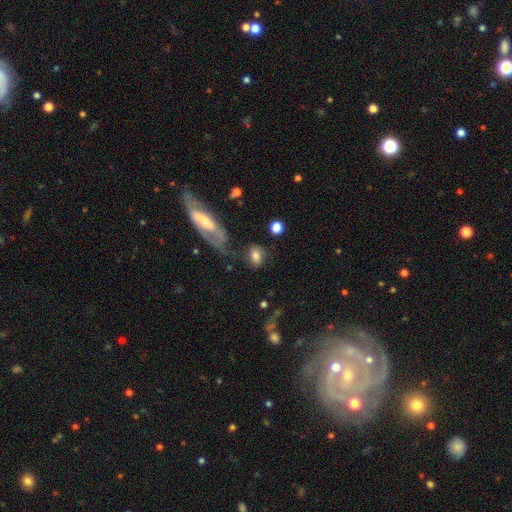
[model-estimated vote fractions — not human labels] Q: Smooth or featured?
A: smooth (74%); runner-up: featured or disk (17%)
Q: How rounded?
A: in between (59%); runner-up: round (38%)
Q: Merging?
A: none (67%); runner-up: minor disturbance (16%)